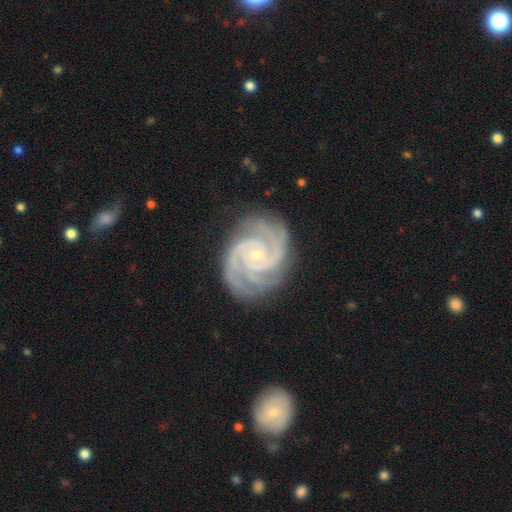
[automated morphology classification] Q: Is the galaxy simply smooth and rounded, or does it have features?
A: featured or disk — 93%.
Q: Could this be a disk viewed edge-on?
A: no — 98%.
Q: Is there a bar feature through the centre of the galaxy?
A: no — 68%.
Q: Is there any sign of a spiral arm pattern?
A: yes — 99%.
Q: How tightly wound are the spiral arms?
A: tight — 73%.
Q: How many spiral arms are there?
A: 3 — 37%.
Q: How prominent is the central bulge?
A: small — 81%.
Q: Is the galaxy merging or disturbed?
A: none — 81%.